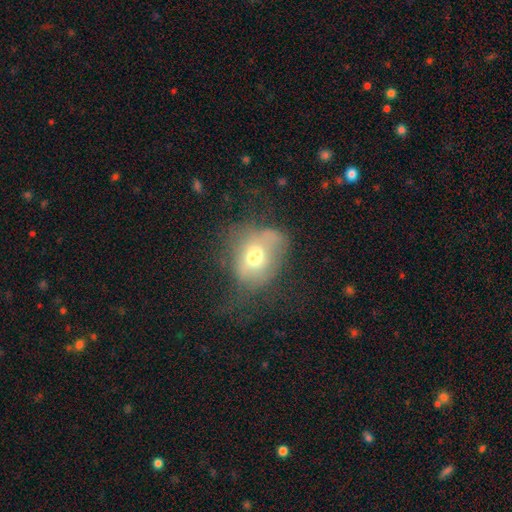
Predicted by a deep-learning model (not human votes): Morphology: type=smooth (57%); roundness=in between (50%); merging=none (32%).